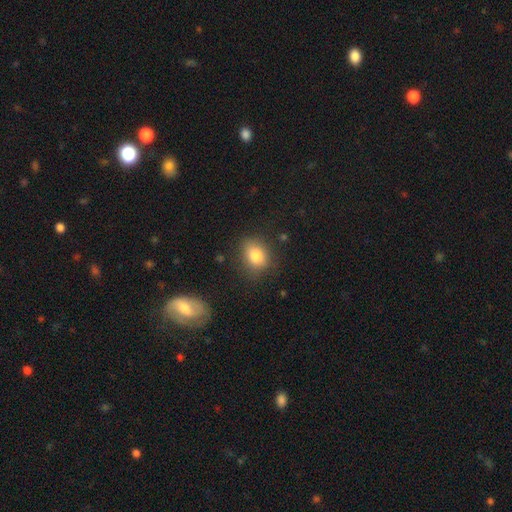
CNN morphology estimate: This appears to be a smooth galaxy with no disk features (81%) that is in between round and cigar-shaped (56%). Merging: none (77%).